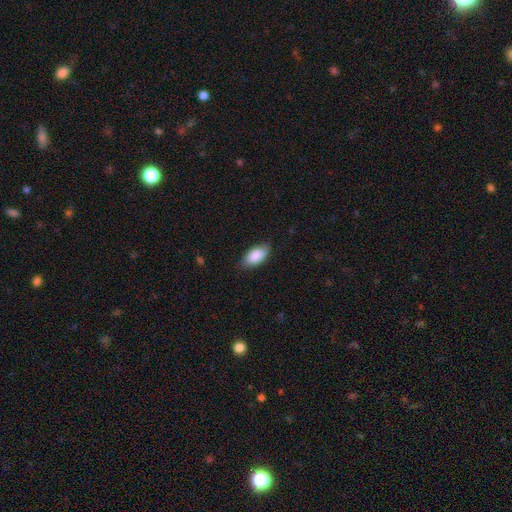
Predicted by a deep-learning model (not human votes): This appears to be a smooth galaxy with no disk features (88%) that is in between round and cigar-shaped (94%). Merging: none (79%).